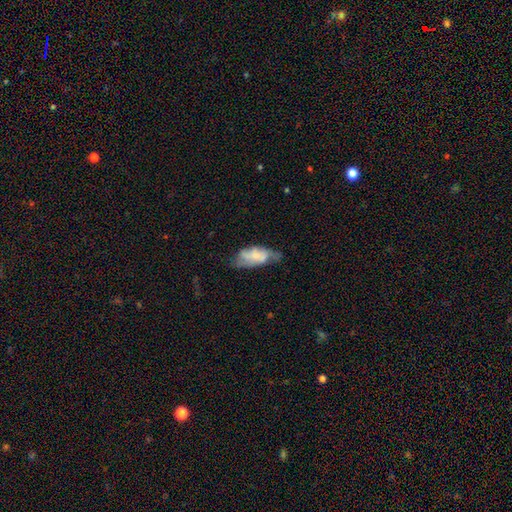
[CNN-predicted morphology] The model was most divided on "merging": none: 39%, minor disturbance: 35%, major disturbance: 22%, merger: 4%. More confident: how rounded — in between (85%); smooth or featured — smooth (52%).